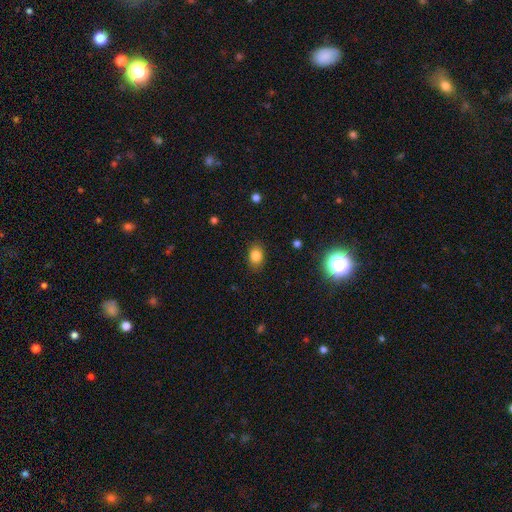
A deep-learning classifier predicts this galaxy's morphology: smooth_or_featured: smooth (p=0.83) [alt: star or artifact p=0.11]
how_rounded: in between (p=0.72) [alt: round p=0.27]
merging: none (p=0.85) [alt: minor disturbance p=0.11]